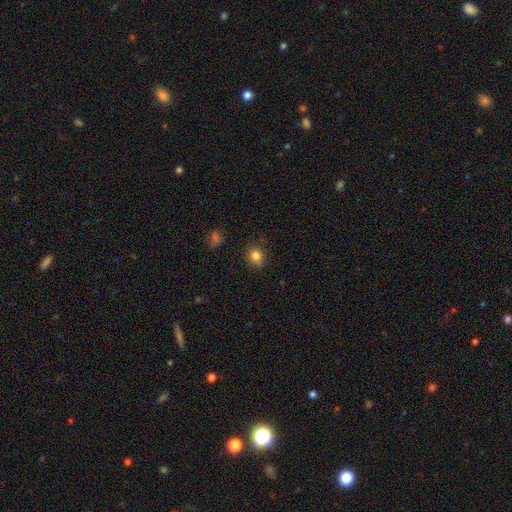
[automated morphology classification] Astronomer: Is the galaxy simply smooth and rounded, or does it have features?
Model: smooth — 82%.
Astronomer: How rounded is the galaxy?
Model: round — 75%.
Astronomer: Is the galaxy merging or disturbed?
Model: none — 79%.